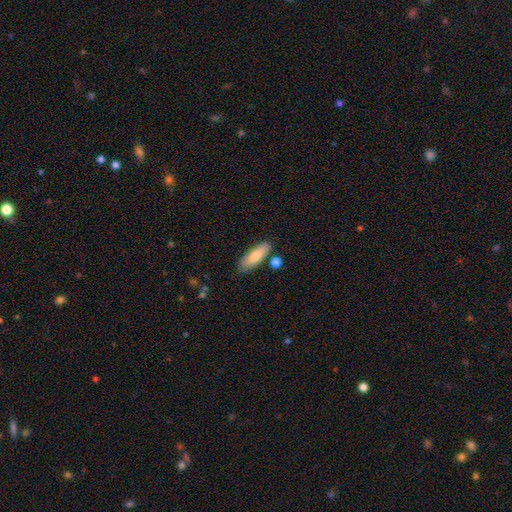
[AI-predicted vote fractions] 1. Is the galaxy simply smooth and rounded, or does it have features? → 78% smooth, 16% featured or disk, 6% star or artifact.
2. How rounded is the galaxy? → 64% in between, 34% cigar-shaped, 2% round.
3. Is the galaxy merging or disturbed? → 78% none, 14% minor disturbance, 6% merger, 3% major disturbance.